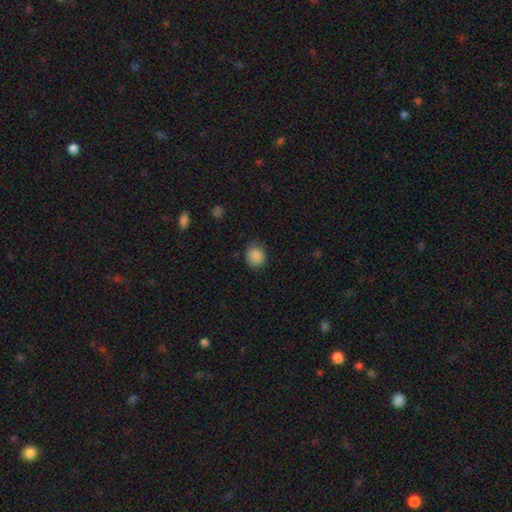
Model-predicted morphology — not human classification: smooth-or-featured: smooth: 88% | star or artifact: 9% | featured or disk: 4%
  how-rounded: round: 81% | in between: 18% | cigar-shaped: 1%
  merging: none: 78% | minor disturbance: 17% | major disturbance: 4% | merger: 1%